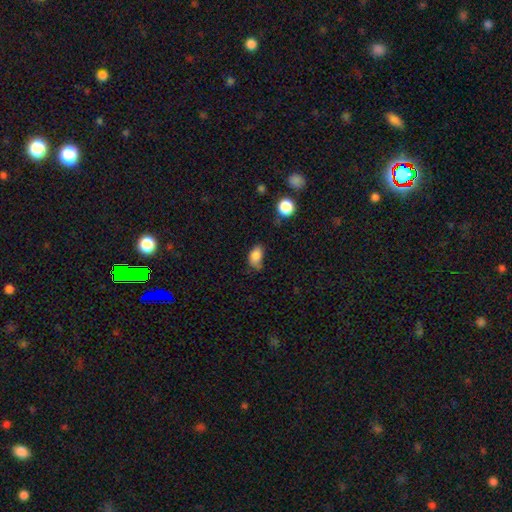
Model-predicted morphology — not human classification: This is clearly a smooth galaxy (83%). How rounded: clearly in between (86%). Merging: marginally none (45%).